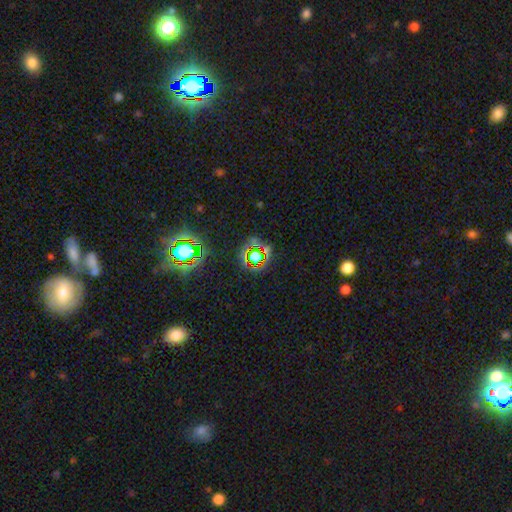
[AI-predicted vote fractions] This is likely a star or artifact rather than a galaxy (61%).